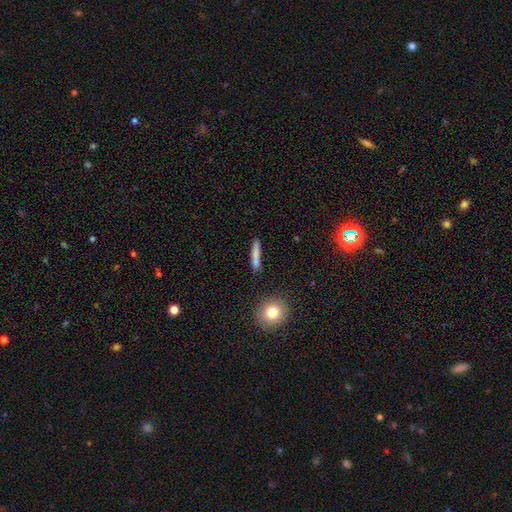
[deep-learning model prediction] This appears to be a smooth galaxy with no disk features (77%) that is cigar-shaped (89%). Merging: none (81%).